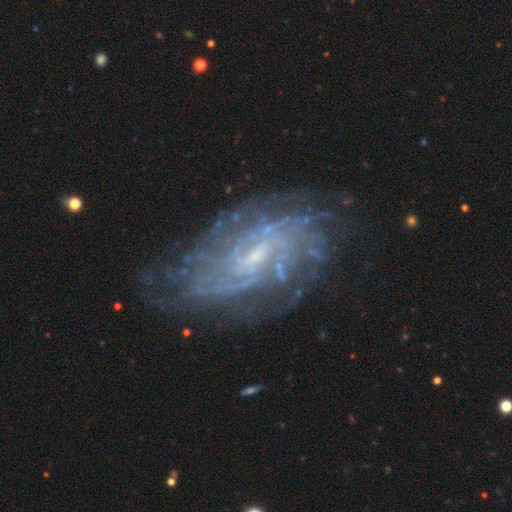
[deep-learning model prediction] smooth_or_featured: featured or disk (p=0.85) [alt: star or artifact p=0.08]
disk_edge_on: no (p=0.96) [alt: yes p=0.04]
bar: weak (p=0.54) [alt: no p=0.29]
has_spiral_arms: yes (p=0.93) [alt: no p=0.07]
spiral_winding: tight (p=0.65) [alt: medium p=0.27]
spiral_arm_count: can't tell (p=0.45) [alt: 4 p=0.13]
bulge_size: small (p=0.66) [alt: moderate p=0.19]
merging: none (p=0.74) [alt: minor disturbance p=0.16]